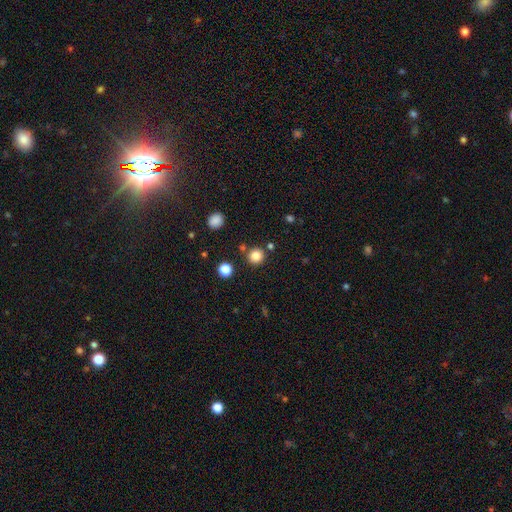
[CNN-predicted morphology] Smooth or featured? smooth (83%)
How rounded? round (93%)
Merging? none (84%)